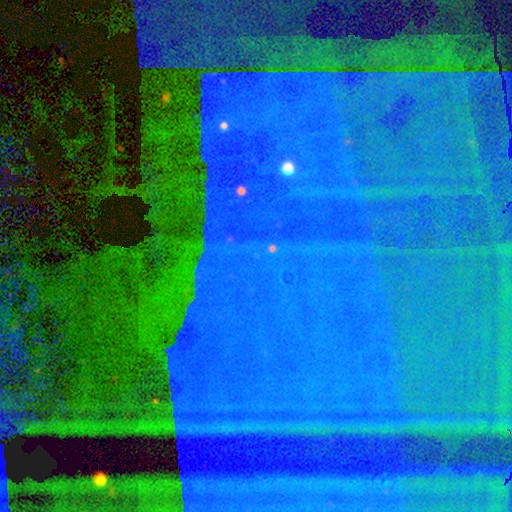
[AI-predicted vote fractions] A star or artifact, not a galaxy (87%).